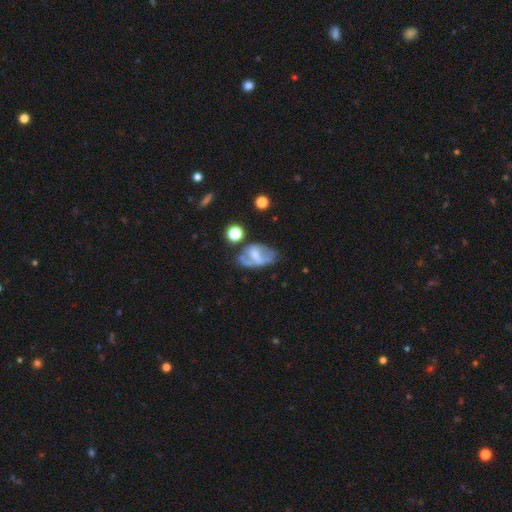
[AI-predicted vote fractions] This is possibly a featured or disk galaxy (57%). It is clearly not viewed edge-on (94%). Bar: marginally weak (40%). Spiral arm pattern: possibly no (50%, tied with yes). Central bulge: marginally small (35%). Merging: marginally none (40%).